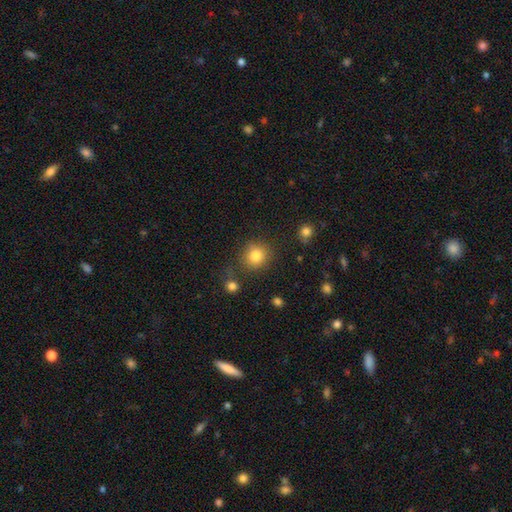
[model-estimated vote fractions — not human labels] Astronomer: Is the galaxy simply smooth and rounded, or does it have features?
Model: smooth — 83%.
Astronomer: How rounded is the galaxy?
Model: round — 86%.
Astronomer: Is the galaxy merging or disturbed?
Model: none — 78%.